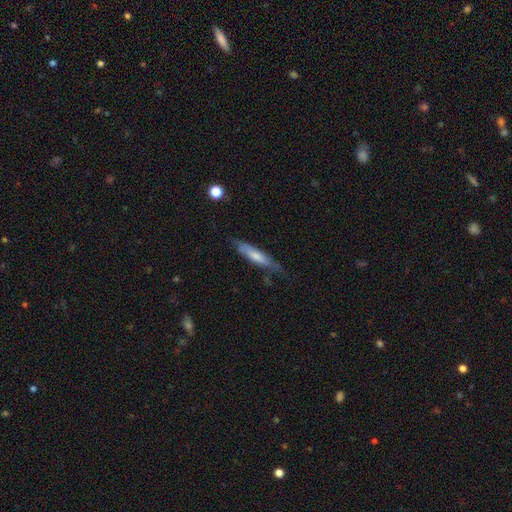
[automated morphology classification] Q: Smooth or featured?
A: smooth (59%); runner-up: featured or disk (35%)
Q: How rounded?
A: cigar-shaped (83%); runner-up: in between (16%)
Q: Merging?
A: none (67%); runner-up: minor disturbance (24%)